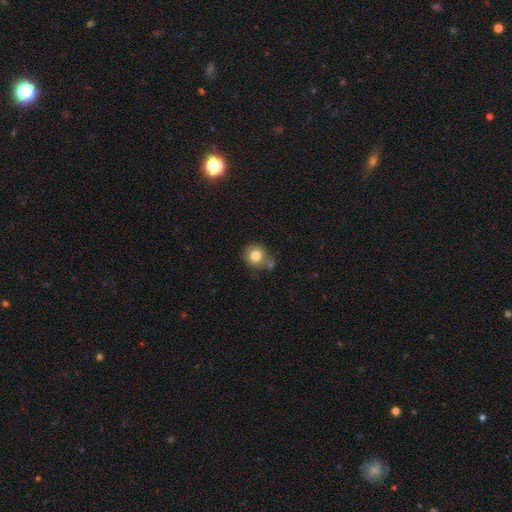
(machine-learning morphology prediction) This appears to be a smooth galaxy with no disk features (80%) that is round (87%). Merging: none (60%).